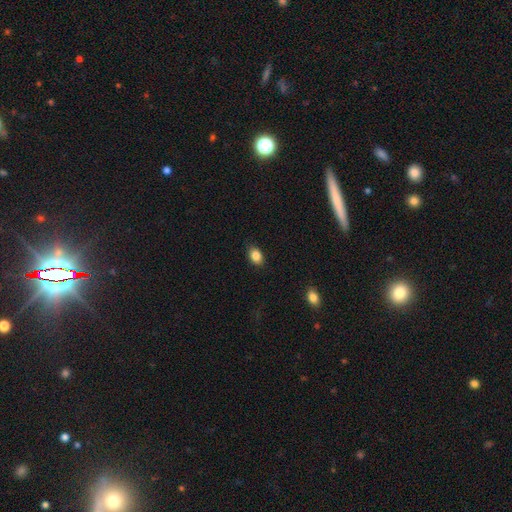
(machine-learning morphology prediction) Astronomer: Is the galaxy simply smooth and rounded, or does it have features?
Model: smooth — 86%.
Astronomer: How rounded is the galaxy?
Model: in between — 79%.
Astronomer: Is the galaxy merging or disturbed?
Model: none — 86%.